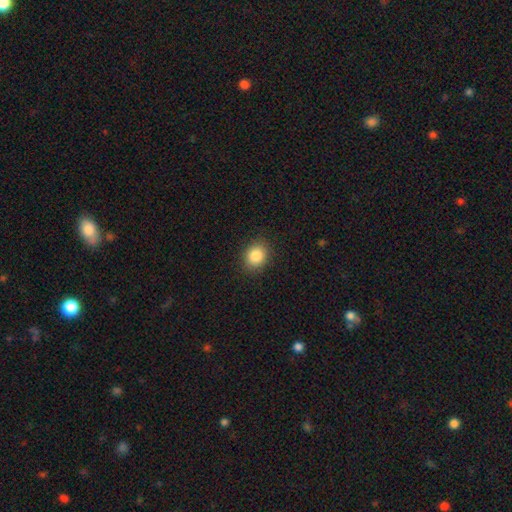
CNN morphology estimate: smooth_or_featured: smooth (p=0.85) [alt: star or artifact p=0.09]
how_rounded: round (p=0.58) [alt: in between p=0.41]
merging: none (p=0.89) [alt: minor disturbance p=0.08]